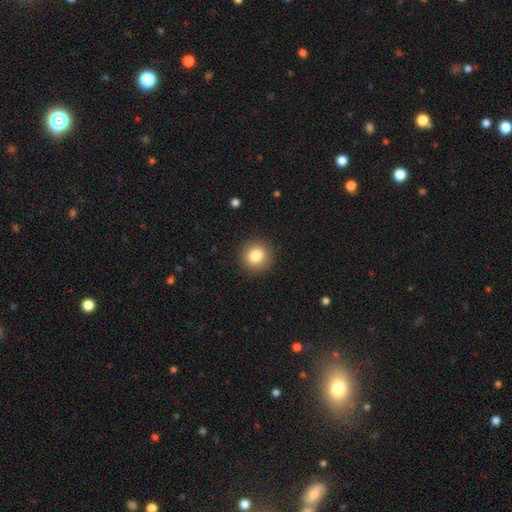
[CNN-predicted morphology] Q: Smooth or featured?
A: smooth (83%); runner-up: star or artifact (10%)
Q: How rounded?
A: round (91%); runner-up: in between (8%)
Q: Merging?
A: none (91%); runner-up: minor disturbance (6%)